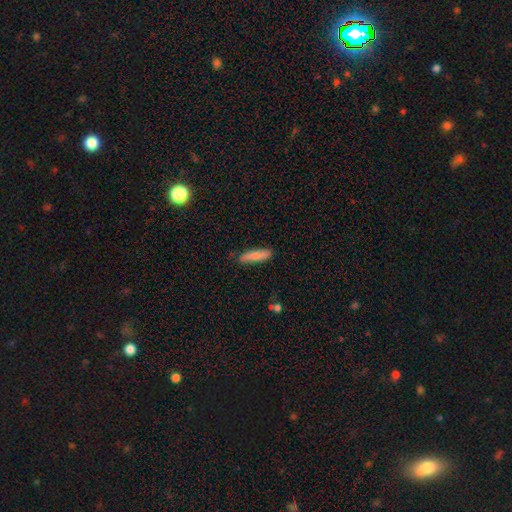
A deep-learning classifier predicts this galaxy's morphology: smooth-or-featured: smooth: 77% | featured or disk: 18% | star or artifact: 6%
  how-rounded: cigar-shaped: 79% | in between: 20% | round: 2%
  merging: none: 82% | minor disturbance: 14% | major disturbance: 2% | merger: 2%